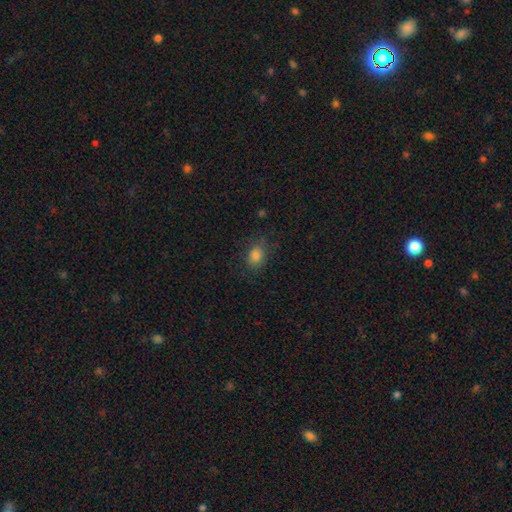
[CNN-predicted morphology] Smooth or featured?
  - smooth: 82% *
  - star or artifact: 11%
  - featured or disk: 7%
How rounded?
  - in between: 71% *
  - round: 27%
  - cigar-shaped: 1%
Merging?
  - none: 74% *
  - minor disturbance: 18%
  - major disturbance: 6%
  - merger: 1%